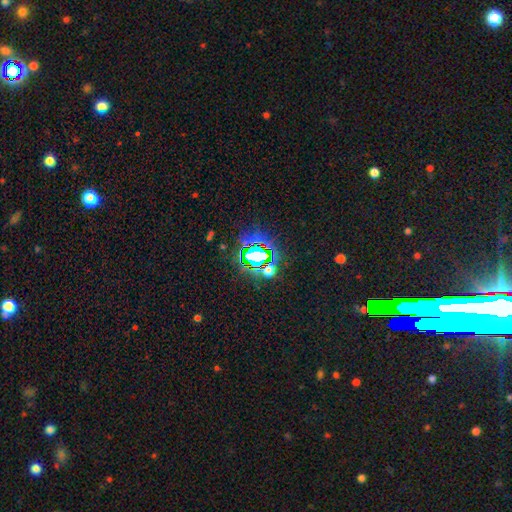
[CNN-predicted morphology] smooth-or-featured: star or artifact: 70% | smooth: 19% | featured or disk: 11%